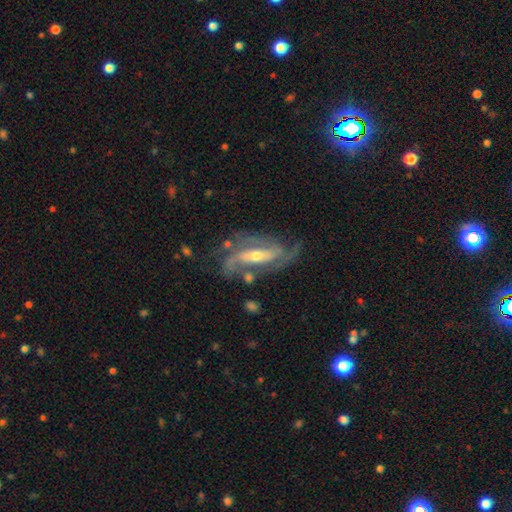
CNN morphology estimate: Smooth or featured? Predicted: featured or disk (p=0.88). Edge-on disk? Predicted: no (p=0.91). Bar? Predicted: strong (p=0.42). Spiral arms? Predicted: yes (p=0.95). Spiral winding? Predicted: medium (p=0.46). Spiral arm count? Predicted: 2 (p=0.63). Bulge size? Predicted: moderate (p=0.49). Merging? Predicted: none (p=0.62).